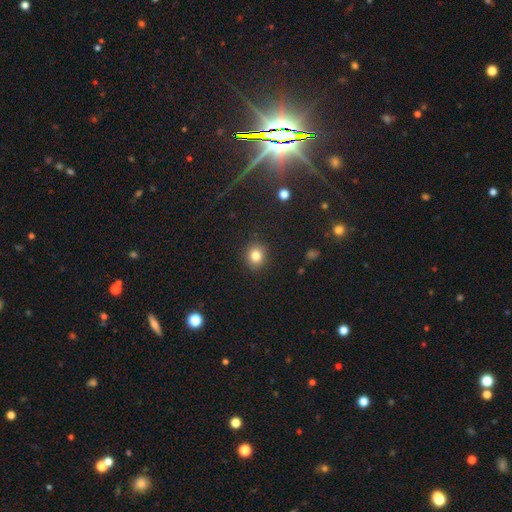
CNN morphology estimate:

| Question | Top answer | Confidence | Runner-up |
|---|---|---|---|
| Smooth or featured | smooth | 82% | star or artifact (11%) |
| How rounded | round | 74% | in between (25%) |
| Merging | none | 89% | minor disturbance (8%) |